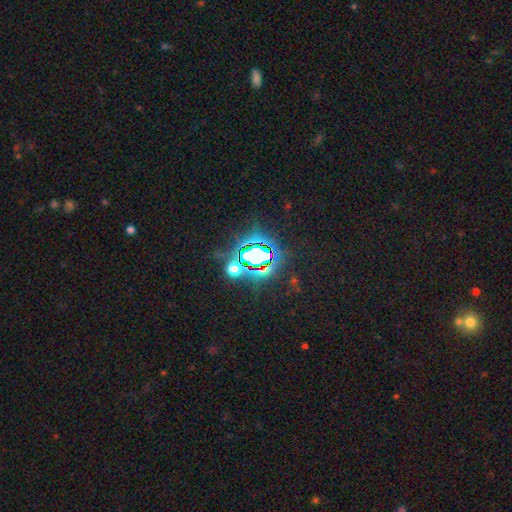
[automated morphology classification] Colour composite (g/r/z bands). It shows a star or artifact, not a galaxy (75%).